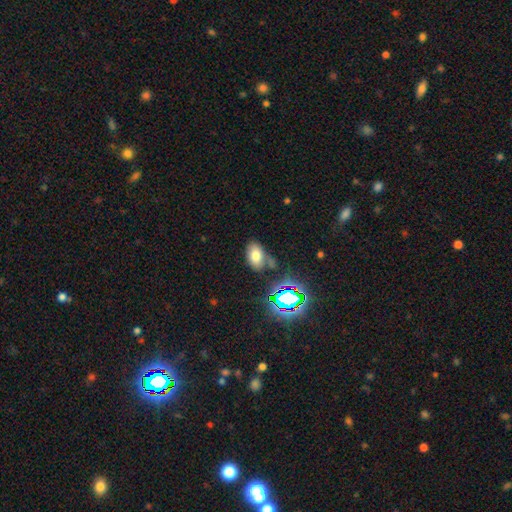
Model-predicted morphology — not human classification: type=smooth (69%); roundness=in between (88%); merging=none (67%).